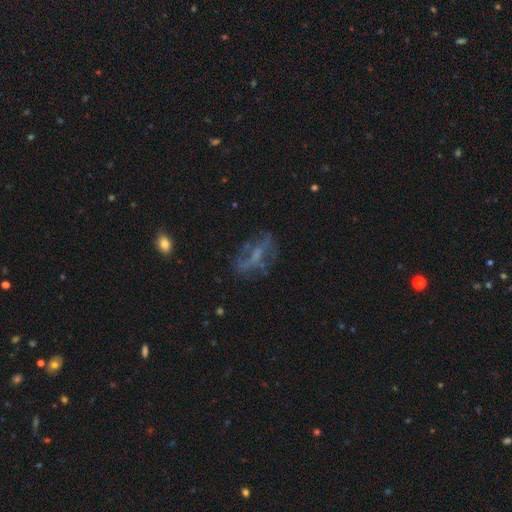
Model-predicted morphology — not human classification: Smooth or featured? featured or disk (58%)
Edge-on disk? no (88%)
Bar? no (53%)
Spiral arms? no (64%)
Bulge size? none (49%)
Merging? none (52%)